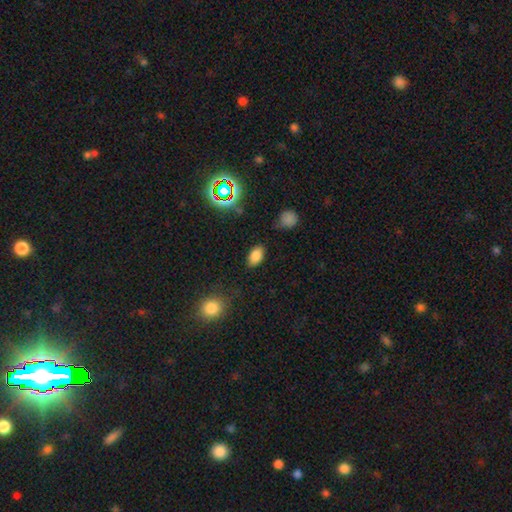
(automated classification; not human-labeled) Morphology: type=smooth (81%); roundness=in between (91%); merging=none (83%).